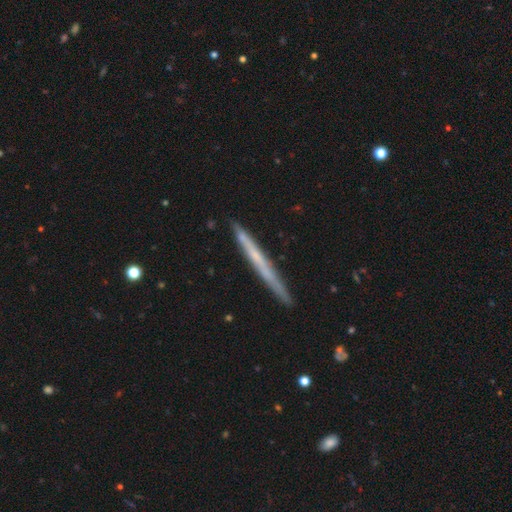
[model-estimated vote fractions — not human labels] Smooth or featured? featured or disk (52%)
Edge-on disk? yes (96%)
Edge-on bulge? none (86%)
Merging? none (88%)